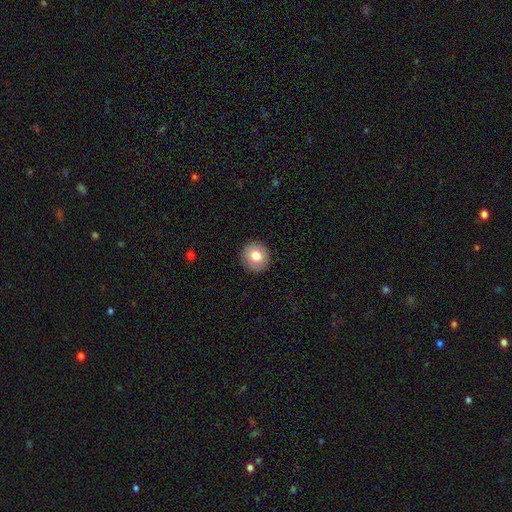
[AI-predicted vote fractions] This appears to be a smooth galaxy with no disk features (79%) that is round (93%). Merging: none (91%).